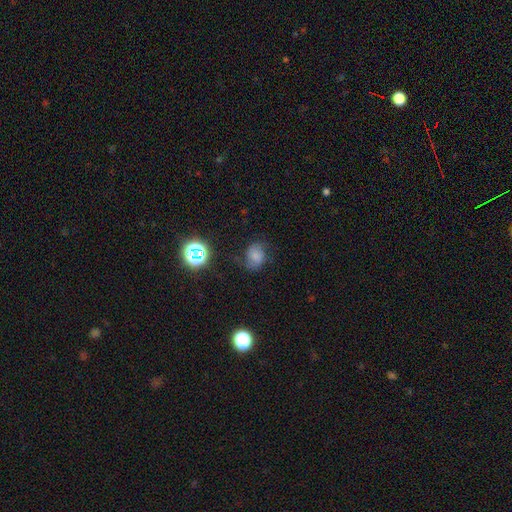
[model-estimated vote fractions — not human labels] A smooth galaxy with no disk features (56%) that is round (52%). Merging: none (56%).